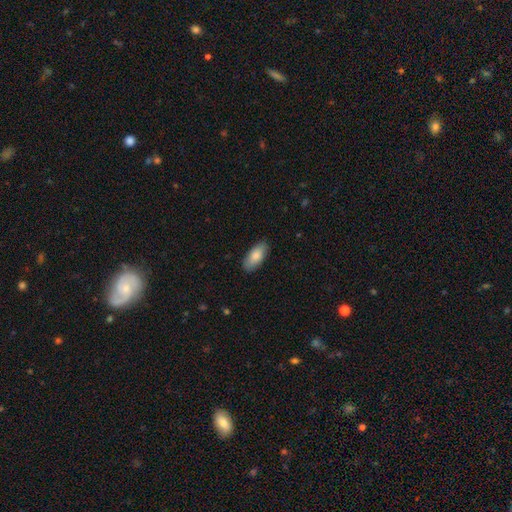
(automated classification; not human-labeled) Q: Smooth or featured?
A: smooth (85%); runner-up: featured or disk (9%)
Q: How rounded?
A: in between (89%); runner-up: cigar-shaped (9%)
Q: Merging?
A: none (87%); runner-up: minor disturbance (10%)